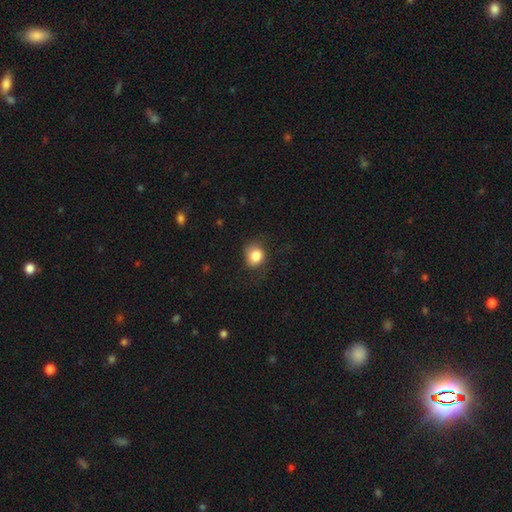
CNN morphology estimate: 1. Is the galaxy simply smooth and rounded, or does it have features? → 83% smooth, 9% star or artifact, 8% featured or disk.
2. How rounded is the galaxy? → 63% round, 36% in between, 1% cigar-shaped.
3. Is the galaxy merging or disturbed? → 67% none, 22% minor disturbance, 10% major disturbance, 1% merger.